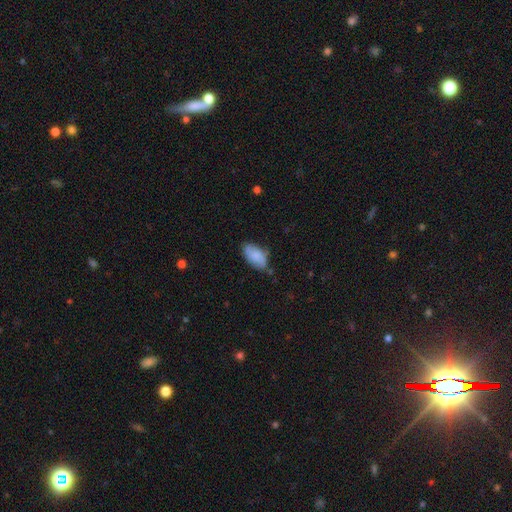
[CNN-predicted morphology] A smooth galaxy with no disk features (80%) that is in between round and cigar-shaped (92%). Merging: none (64%).